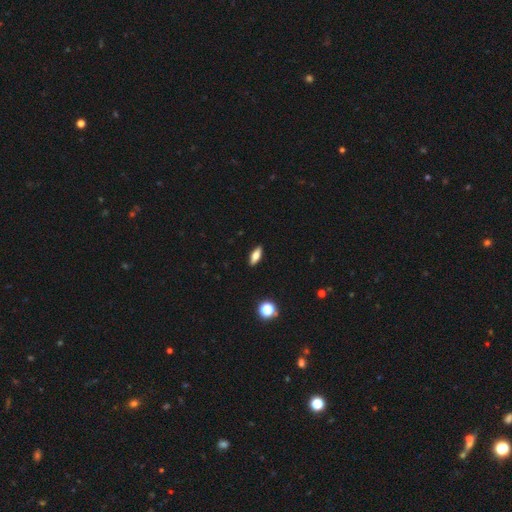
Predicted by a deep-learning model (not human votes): This is likely a smooth galaxy (70%). How rounded: likely in between (70%). Merging: clearly none (89%).